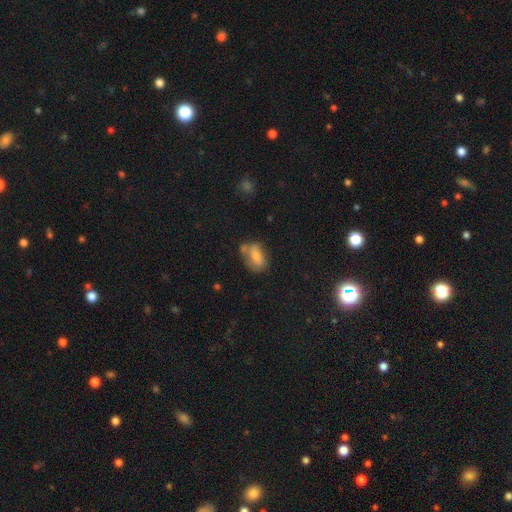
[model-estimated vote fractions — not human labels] smooth_or_featured: smooth (p=0.73) [alt: featured or disk p=0.17]
how_rounded: in between (p=0.85) [alt: round p=0.11]
merging: none (p=0.43) [alt: minor disturbance p=0.27]